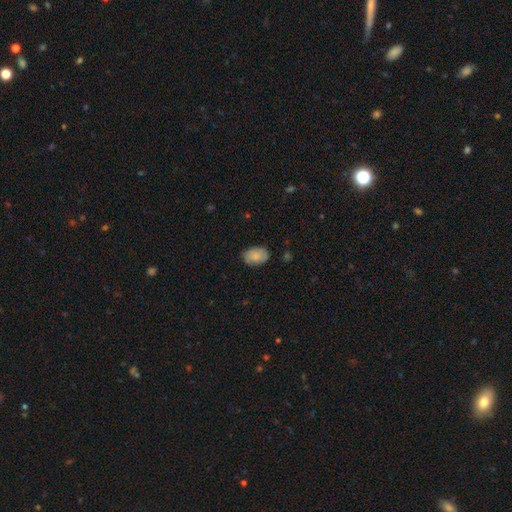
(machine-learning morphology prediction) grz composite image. It shows a smooth galaxy with no disk features (81%) that is in between round and cigar-shaped (87%). Merging: none (78%).